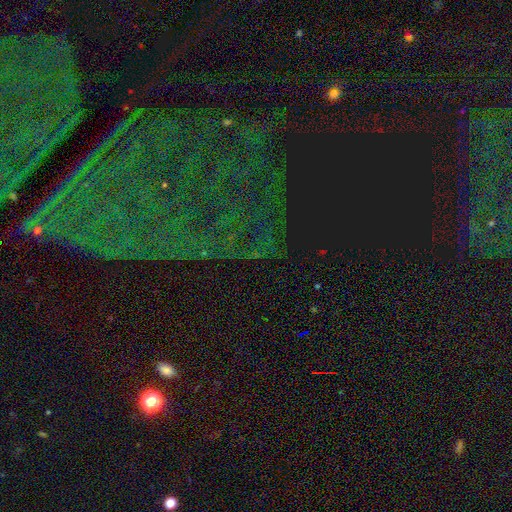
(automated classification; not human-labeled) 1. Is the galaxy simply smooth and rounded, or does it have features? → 75% star or artifact, 13% featured or disk, 12% smooth.